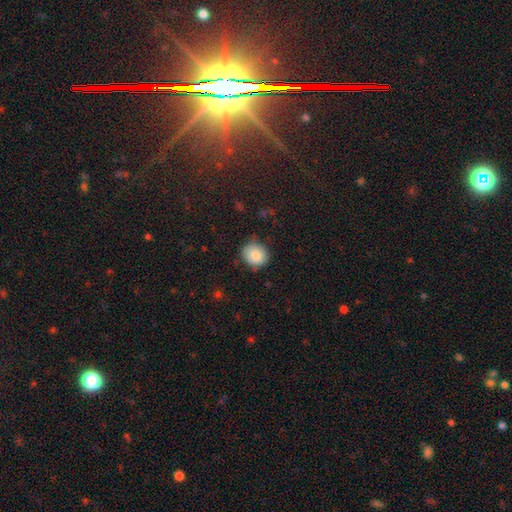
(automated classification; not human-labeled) A smooth galaxy with no disk features (85%) that is round (75%).

Vote fractions:
- Smooth or featured? smooth: 85% / star or artifact: 8% / featured or disk: 7%
- How rounded? round: 75% / in between: 24% / cigar-shaped: 1%
- Merging? none: 76% / minor disturbance: 19% / major disturbance: 4% / merger: 2%